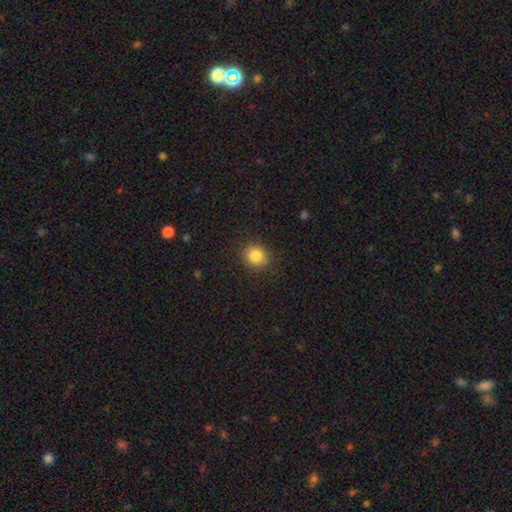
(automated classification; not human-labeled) The model was most divided on "how rounded": round: 83%, in between: 16%, cigar-shaped: 1%. More confident: merging — none (89%); smooth or featured — smooth (85%).